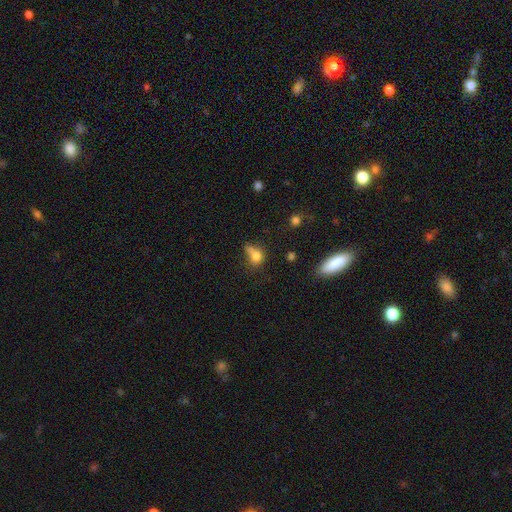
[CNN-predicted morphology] smooth 72%, star or artifact 14%, featured or disk 14%. Down the decision tree: how rounded — in between (50%); merging — none (32%).